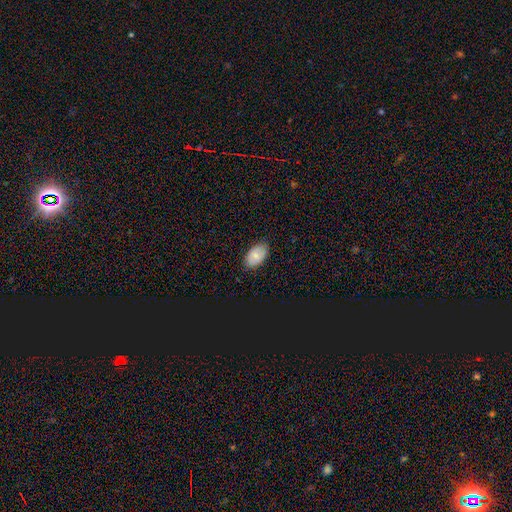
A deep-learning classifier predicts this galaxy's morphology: smooth-or-featured: smooth: 72% | featured or disk: 18% | star or artifact: 10%
  how-rounded: in between: 92% | round: 7% | cigar-shaped: 1%
  merging: none: 84% | minor disturbance: 13% | major disturbance: 2% | merger: 1%